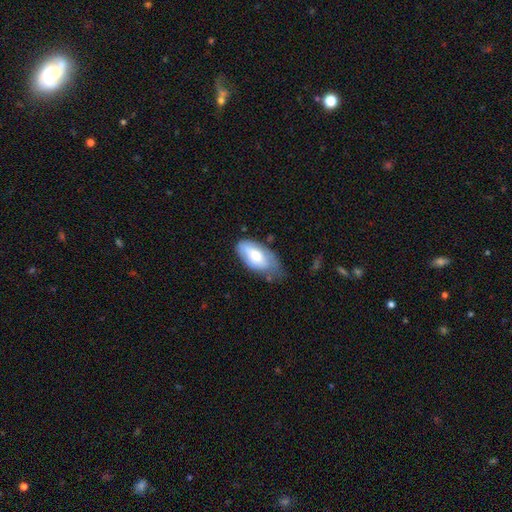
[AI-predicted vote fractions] This appears to be a smooth galaxy with no disk features (67%) that is in between round and cigar-shaped (93%). Merging: none (45%).